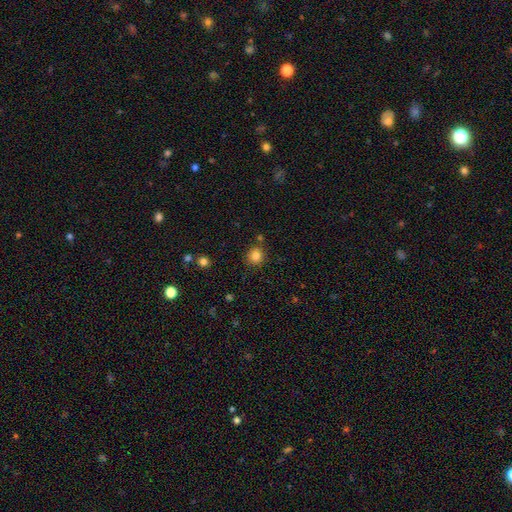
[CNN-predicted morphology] A smooth galaxy with no disk features (83%) that is round (86%). Merging: none (82%).